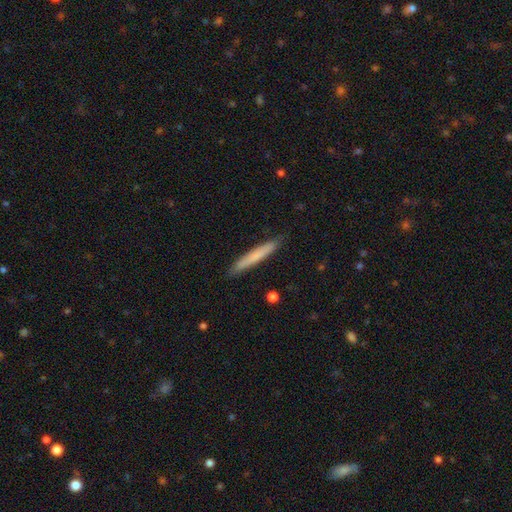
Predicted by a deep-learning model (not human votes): A smooth galaxy with no disk features (70%) that is cigar-shaped (96%).

Vote fractions:
- Smooth or featured? smooth: 70% / featured or disk: 25% / star or artifact: 6%
- How rounded? cigar-shaped: 96% / in between: 3% / round: 1%
- Merging? none: 88% / minor disturbance: 9% / major disturbance: 2% / merger: 1%